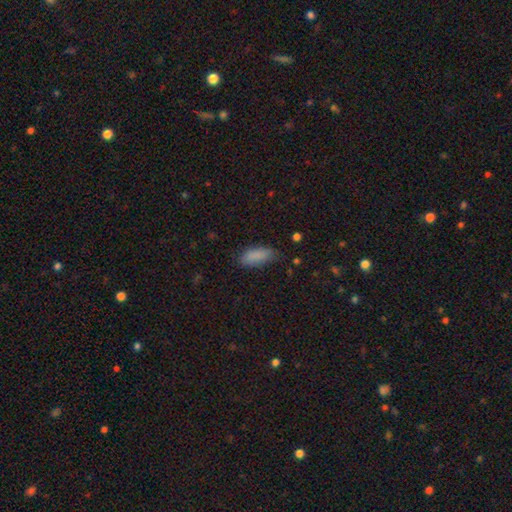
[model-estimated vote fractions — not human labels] The model was most divided on "merging": none: 70%, minor disturbance: 23%, major disturbance: 5%, merger: 2%. More confident: smooth or featured — smooth (86%); how rounded — in between (78%).